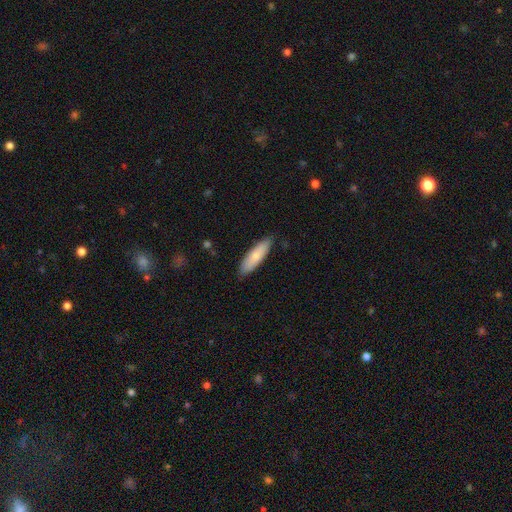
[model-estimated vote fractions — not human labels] Smooth or featured?
  - smooth: 76% *
  - featured or disk: 19%
  - star or artifact: 6%
How rounded?
  - cigar-shaped: 54% *
  - in between: 45%
  - round: 2%
Merging?
  - none: 85% *
  - minor disturbance: 12%
  - major disturbance: 2%
  - merger: 1%